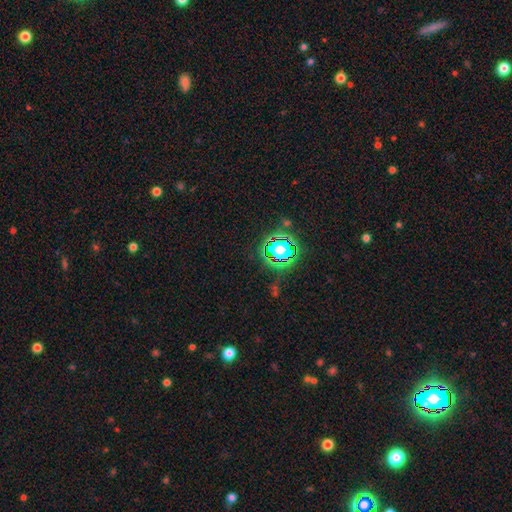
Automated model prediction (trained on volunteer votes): smooth_or_featured: star or artifact (p=0.81) [alt: smooth p=0.12]